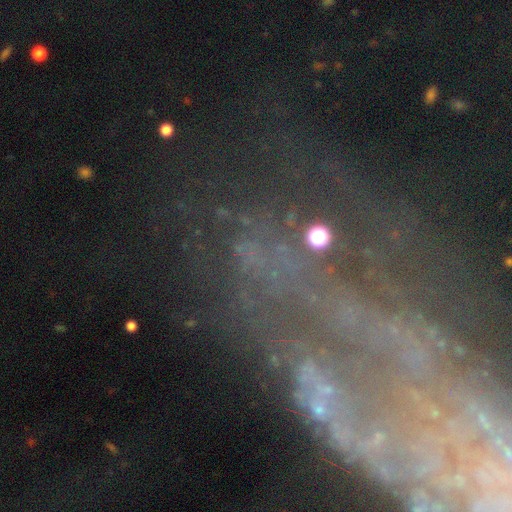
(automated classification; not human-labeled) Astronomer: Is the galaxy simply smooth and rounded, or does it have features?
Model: featured or disk — 47% (runner-up: star or artifact, 37%).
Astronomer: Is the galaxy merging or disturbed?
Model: none — 58%.